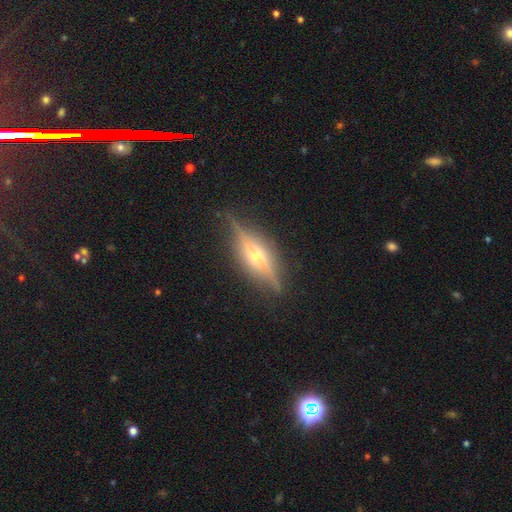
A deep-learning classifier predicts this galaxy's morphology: Smooth or featured? featured or disk (80%)
Edge-on disk? yes (92%)
Edge-on bulge? rounded (83%)
Merging? none (81%)